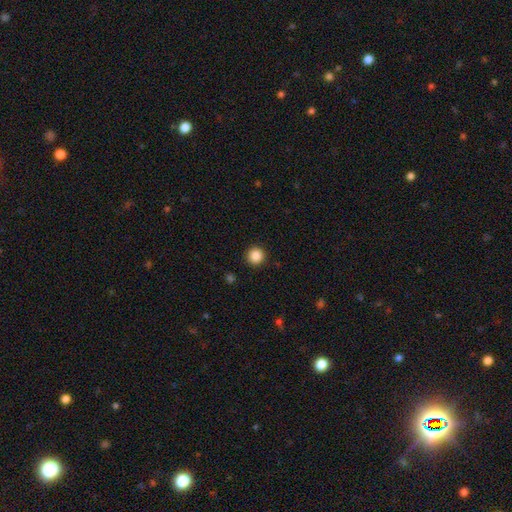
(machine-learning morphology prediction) Smooth or featured?
  - smooth: 88% *
  - star or artifact: 10%
  - featured or disk: 3%
How rounded?
  - round: 95% *
  - in between: 4%
  - cigar-shaped: 1%
Merging?
  - none: 92% *
  - minor disturbance: 5%
  - major disturbance: 2%
  - merger: 1%